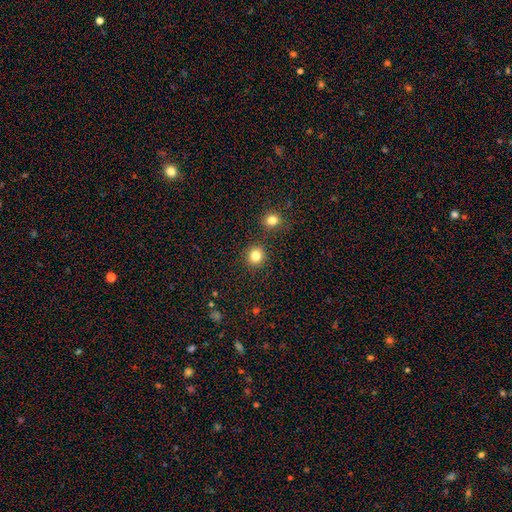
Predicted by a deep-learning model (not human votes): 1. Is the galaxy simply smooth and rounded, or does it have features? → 82% smooth, 13% star or artifact, 5% featured or disk.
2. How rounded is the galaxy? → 90% round, 9% in between, 1% cigar-shaped.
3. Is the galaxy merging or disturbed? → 88% none, 6% minor disturbance, 4% merger, 2% major disturbance.